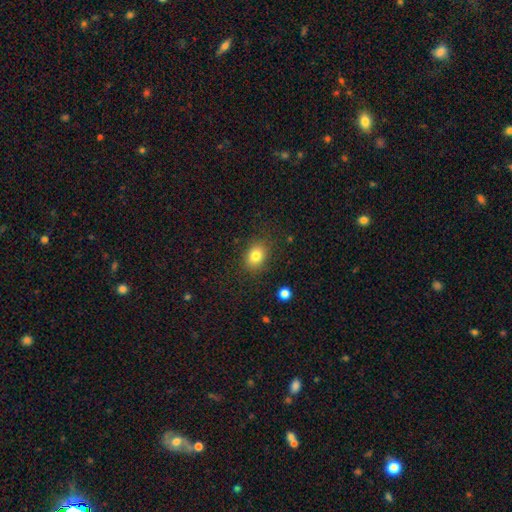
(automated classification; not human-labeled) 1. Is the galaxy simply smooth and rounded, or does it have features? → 81% smooth, 10% star or artifact, 8% featured or disk.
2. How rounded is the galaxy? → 62% in between, 37% round, 1% cigar-shaped.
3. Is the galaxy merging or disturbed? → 84% none, 11% minor disturbance, 4% major disturbance, 1% merger.